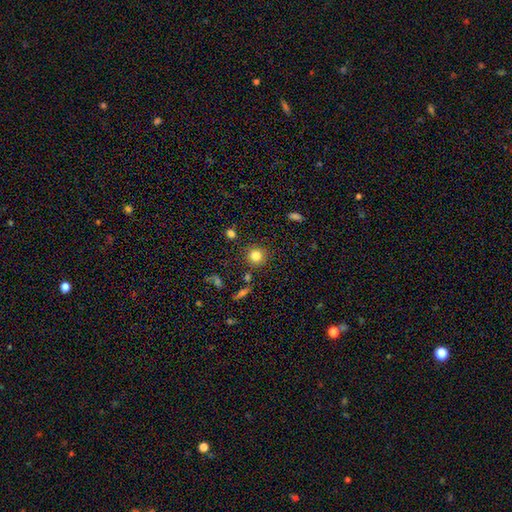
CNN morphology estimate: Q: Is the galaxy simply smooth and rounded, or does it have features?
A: smooth — 82%.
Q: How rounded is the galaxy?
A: round — 91%.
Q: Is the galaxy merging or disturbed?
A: none — 84%.